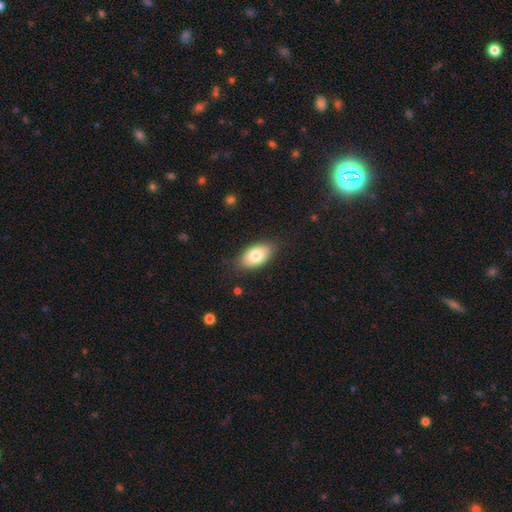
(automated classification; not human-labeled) Overall: smooth (79%). How rounded: in between (93%). Merging: none (82%).